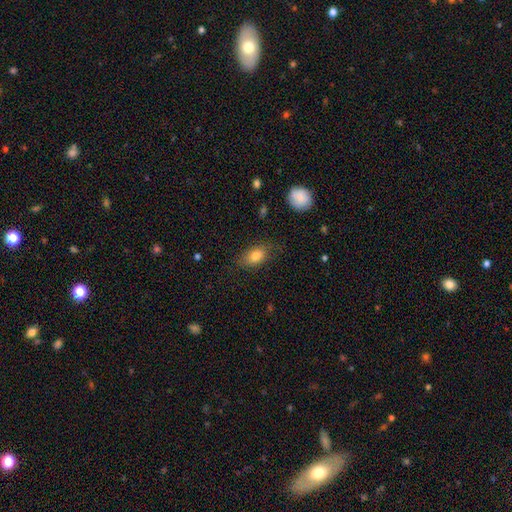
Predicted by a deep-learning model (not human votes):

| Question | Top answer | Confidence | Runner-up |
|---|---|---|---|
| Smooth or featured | smooth | 80% | featured or disk (12%) |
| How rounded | in between | 87% | round (9%) |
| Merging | none | 74% | minor disturbance (19%) |